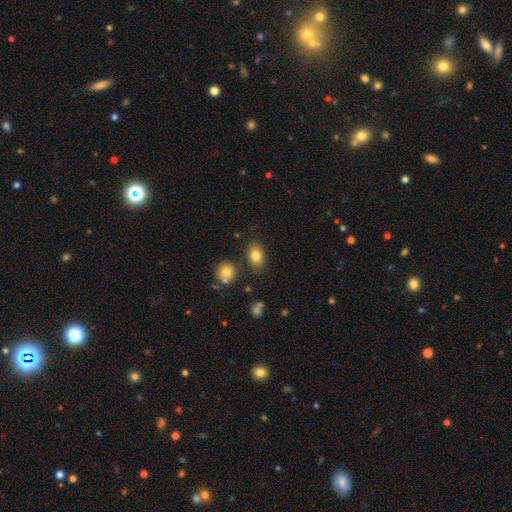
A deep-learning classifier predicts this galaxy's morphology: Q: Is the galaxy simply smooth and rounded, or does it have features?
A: smooth — 81%.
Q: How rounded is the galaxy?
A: in between — 79%.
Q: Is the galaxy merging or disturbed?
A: none — 81%.